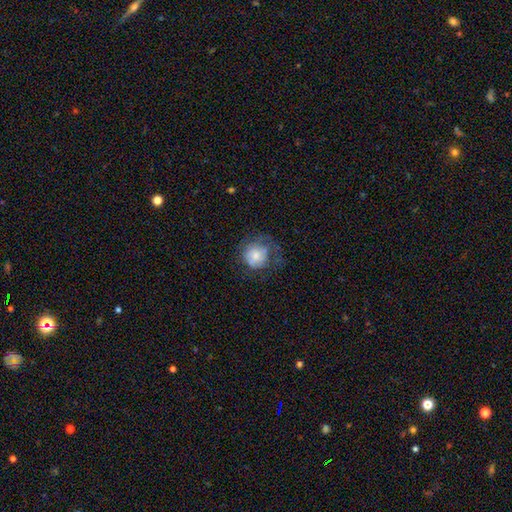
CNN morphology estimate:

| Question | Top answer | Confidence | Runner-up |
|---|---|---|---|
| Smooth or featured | smooth | 62% | featured or disk (29%) |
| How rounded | round | 83% | in between (16%) |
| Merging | none | 44% | minor disturbance (27%) |